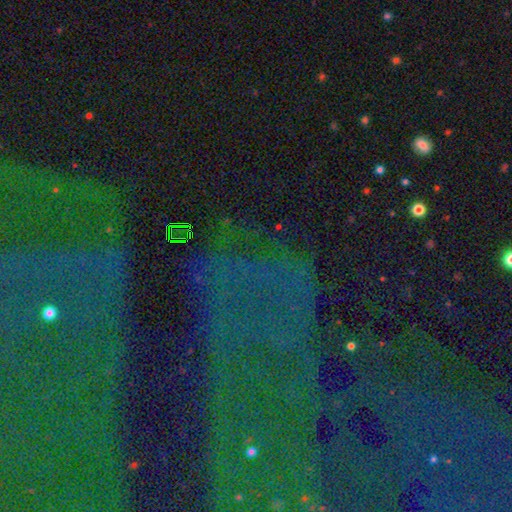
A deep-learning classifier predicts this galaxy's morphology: Smooth or featured: star or artifact — 80% (featured or disk — 11%)